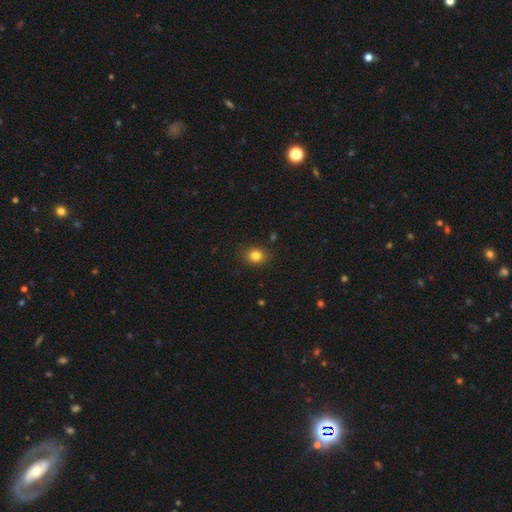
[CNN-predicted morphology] type=smooth (82%); roundness=round (65%); merging=none (88%).